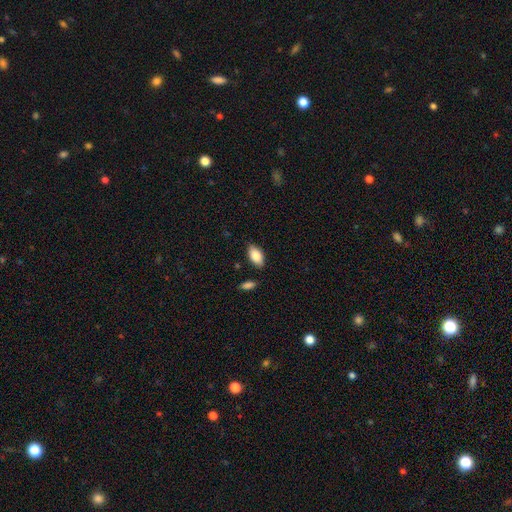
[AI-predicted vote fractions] smooth_or_featured: smooth (p=0.84) [alt: featured or disk p=0.10]
how_rounded: in between (p=0.93) [alt: cigar-shaped p=0.04]
merging: none (p=0.84) [alt: minor disturbance p=0.11]